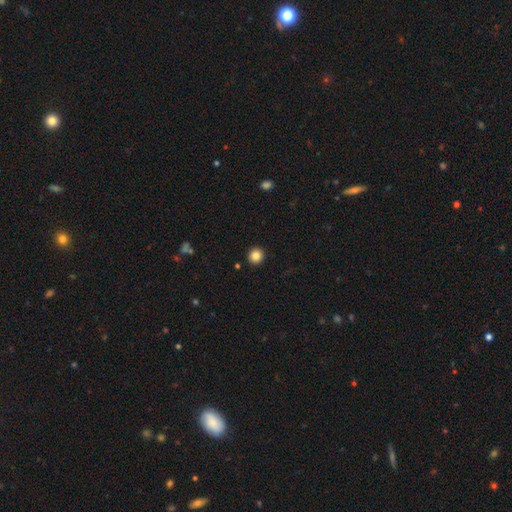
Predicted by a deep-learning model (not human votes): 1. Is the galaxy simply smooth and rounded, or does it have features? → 84% smooth, 11% star or artifact, 5% featured or disk.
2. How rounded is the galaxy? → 94% round, 5% in between, 1% cigar-shaped.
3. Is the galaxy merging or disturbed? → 93% none, 5% minor disturbance, 2% major disturbance, 1% merger.